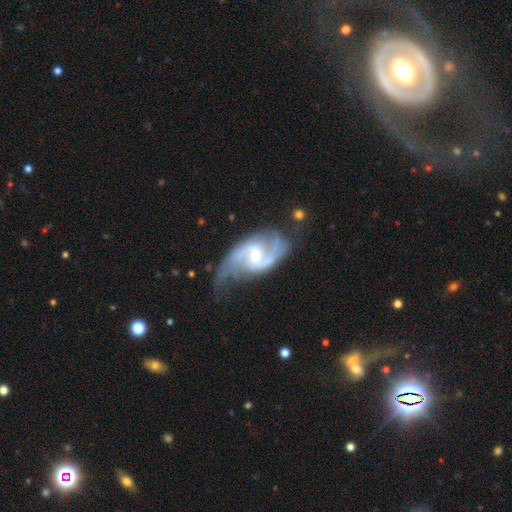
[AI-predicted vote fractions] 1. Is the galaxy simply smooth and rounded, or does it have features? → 90% featured or disk, 5% smooth, 5% star or artifact.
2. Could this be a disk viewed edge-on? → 97% no, 3% yes.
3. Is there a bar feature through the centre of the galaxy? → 56% weak, 25% no, 19% strong.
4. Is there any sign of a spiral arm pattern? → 97% yes, 3% no.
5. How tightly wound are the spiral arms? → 47% medium, 39% loose, 14% tight.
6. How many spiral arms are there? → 88% 2, 4% can't tell, 3% 3, 2% 1, 1% 4, 1% more than 4.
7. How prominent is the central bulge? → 47% small, 46% moderate, 3% none, 3% large, 1% dominant.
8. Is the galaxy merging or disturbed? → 54% none, 25% minor disturbance, 17% major disturbance, 3% merger.